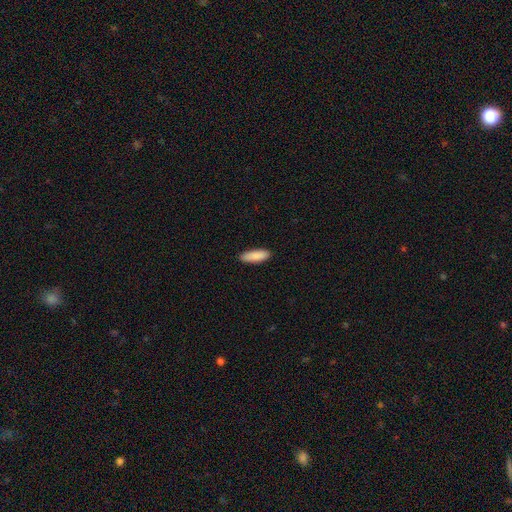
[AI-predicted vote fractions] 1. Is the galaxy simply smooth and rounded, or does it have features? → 89% smooth, 5% star or artifact, 5% featured or disk.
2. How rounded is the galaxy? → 53% in between, 45% cigar-shaped, 2% round.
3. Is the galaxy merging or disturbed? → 89% none, 8% minor disturbance, 2% major disturbance, 1% merger.